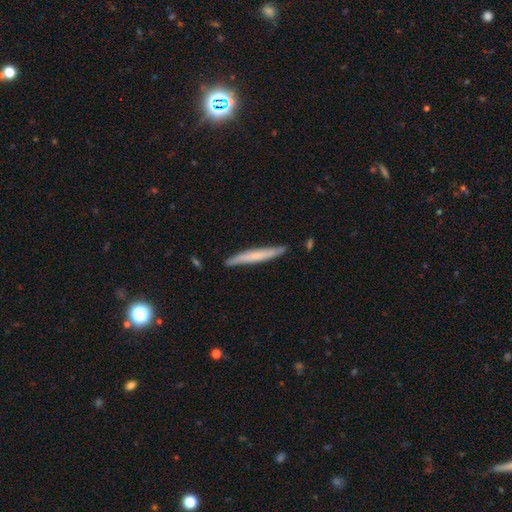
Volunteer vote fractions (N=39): Volunteers were most divided on "smooth or featured": featured or disk: 49%, smooth: 46%, star or artifact: 5%. More confident: edge-on disk — yes (100%); merging — none (84%); edge-on bulge — none (68%).